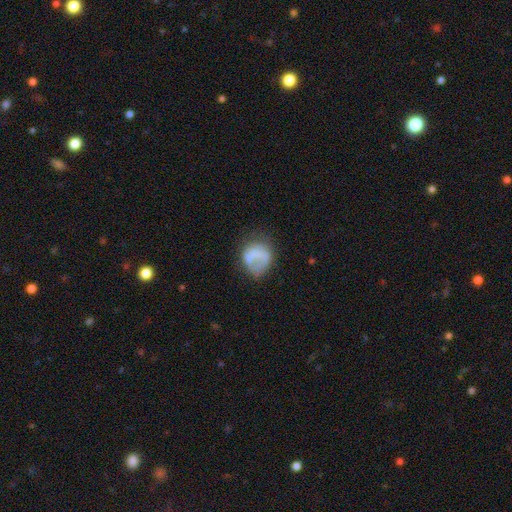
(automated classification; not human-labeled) smooth-or-featured: smooth: 64% | featured or disk: 27% | star or artifact: 9%
  how-rounded: round: 73% | in between: 26% | cigar-shaped: 1%
  merging: none: 44% | major disturbance: 27% | minor disturbance: 25% | merger: 4%